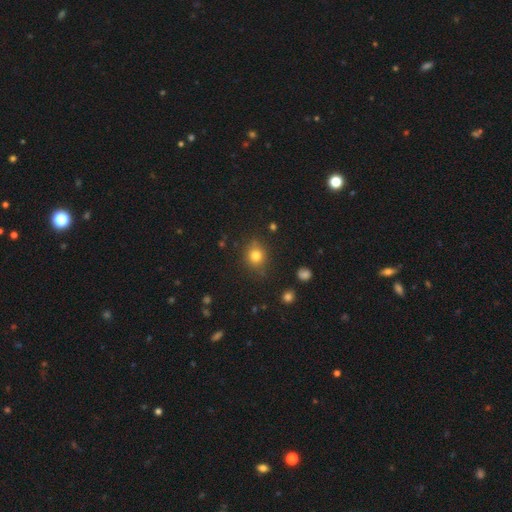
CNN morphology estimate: Q: Smooth or featured?
A: smooth (80%); runner-up: star or artifact (13%)
Q: How rounded?
A: round (80%); runner-up: in between (19%)
Q: Merging?
A: none (81%); runner-up: minor disturbance (13%)